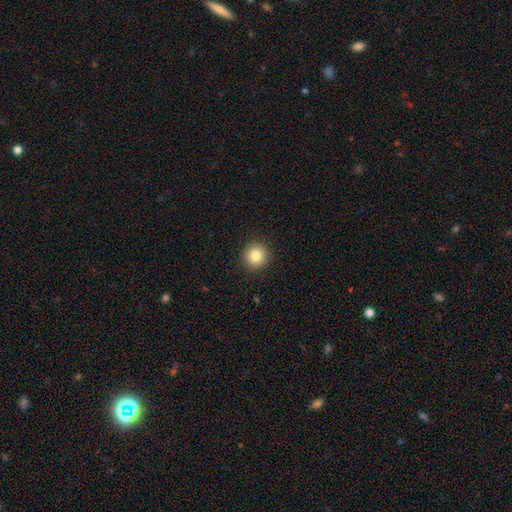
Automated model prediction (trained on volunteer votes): smooth_or_featured: smooth (p=0.83) [alt: star or artifact p=0.10]
how_rounded: round (p=0.95) [alt: in between p=0.05]
merging: none (p=0.92) [alt: minor disturbance p=0.05]